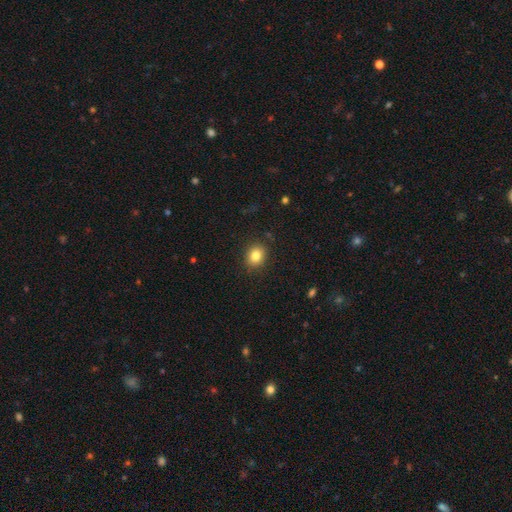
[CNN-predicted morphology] Q: Smooth or featured?
A: smooth (84%); runner-up: star or artifact (10%)
Q: How rounded?
A: round (61%); runner-up: in between (39%)
Q: Merging?
A: none (88%); runner-up: minor disturbance (8%)